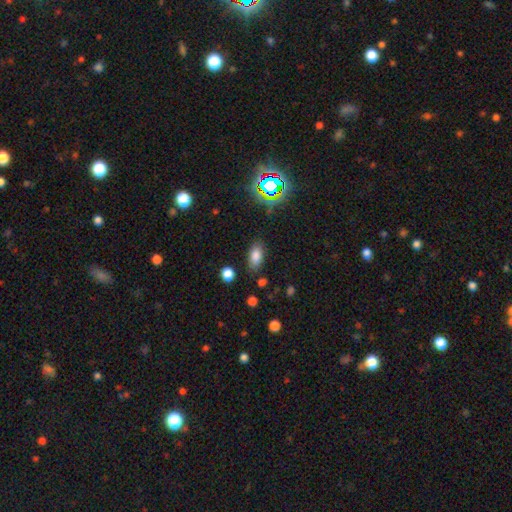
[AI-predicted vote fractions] Smooth or featured? Predicted: smooth (p=0.79). How rounded? Predicted: in between (p=0.90). Merging? Predicted: none (p=0.82).